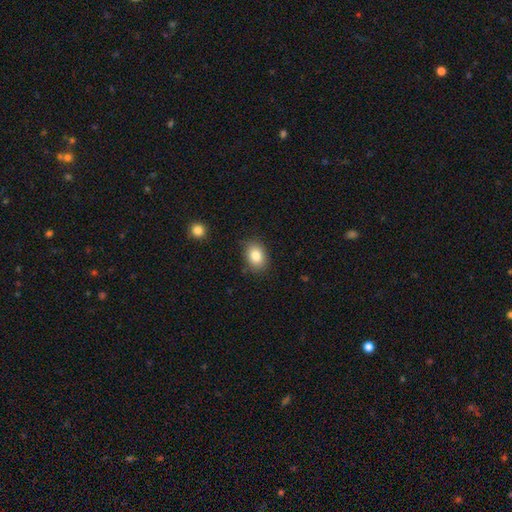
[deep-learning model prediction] Smooth or featured? Predicted: smooth (p=0.84). How rounded? Predicted: in between (p=0.72). Merging? Predicted: none (p=0.83).